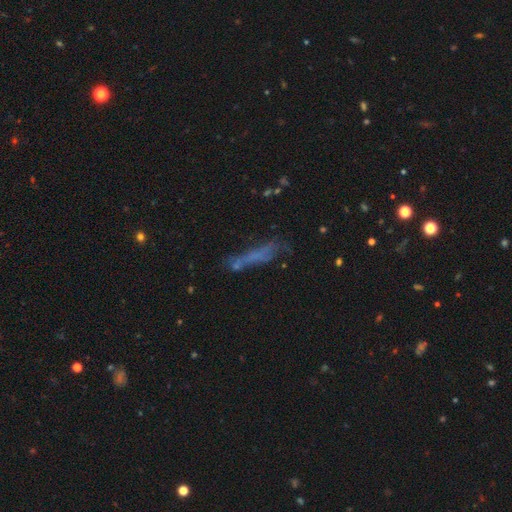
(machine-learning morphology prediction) Smooth or featured: smooth — 49% (featured or disk — 32%)
Merging: none — 49% (minor disturbance — 21%)